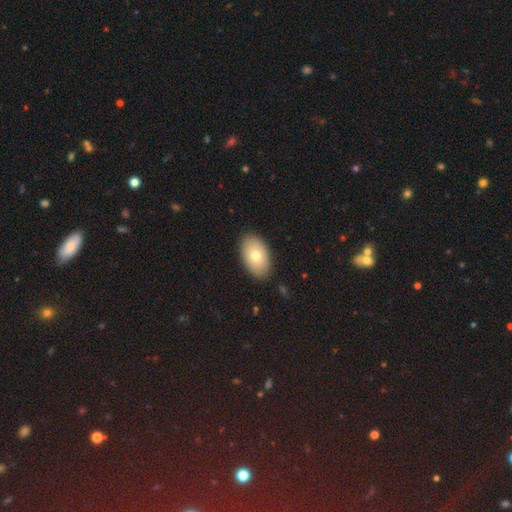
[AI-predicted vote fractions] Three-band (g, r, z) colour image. It shows a smooth galaxy with no disk features (75%) that is in between round and cigar-shaped (92%). Merging: none (88%).